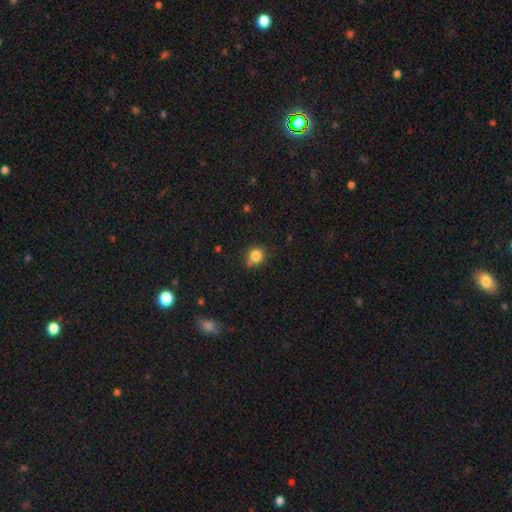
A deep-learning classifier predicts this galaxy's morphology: smooth 83%, star or artifact 12%, featured or disk 6%. Down the decision tree: how rounded — round (82%); merging — none (72%).